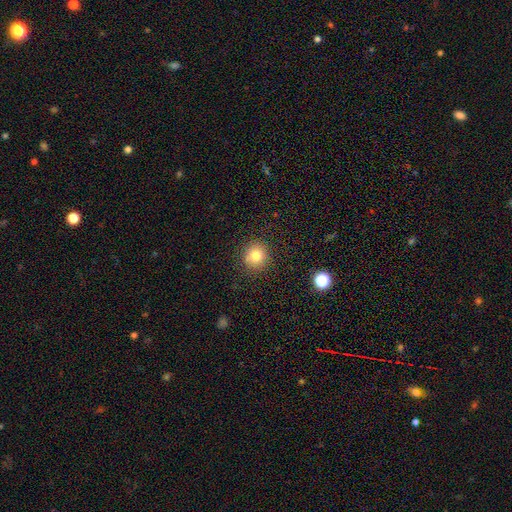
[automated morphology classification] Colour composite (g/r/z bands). It shows a smooth galaxy with no disk features (80%) that is round (87%). Merging: none (88%).